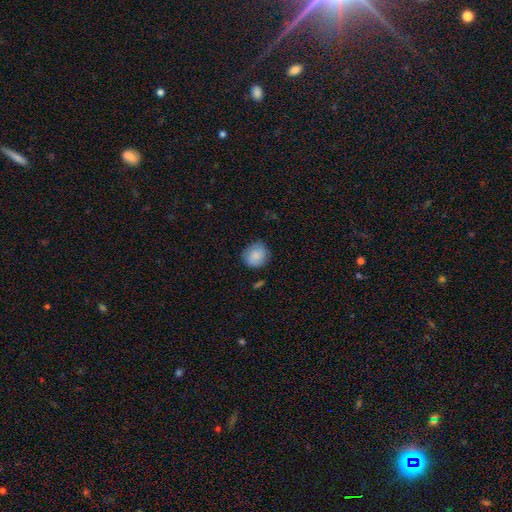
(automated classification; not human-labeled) The model was most divided on "merging": none: 77%, minor disturbance: 17%, major disturbance: 4%, merger: 2%. More confident: smooth or featured — smooth (84%); how rounded — round (83%).